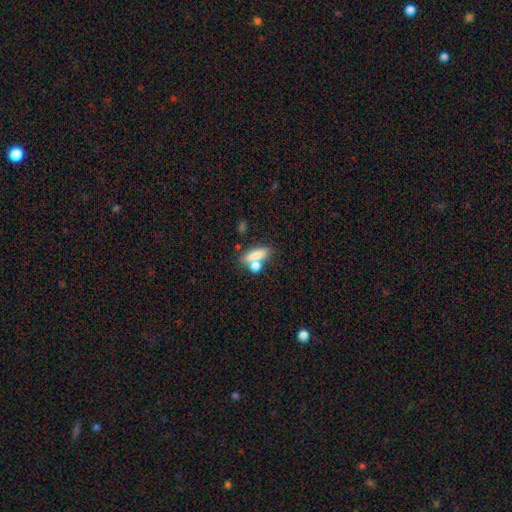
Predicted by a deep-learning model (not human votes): Q: Smooth or featured?
A: smooth (76%); runner-up: featured or disk (15%)
Q: How rounded?
A: in between (64%); runner-up: cigar-shaped (27%)
Q: Merging?
A: none (44%); runner-up: merger (38%)